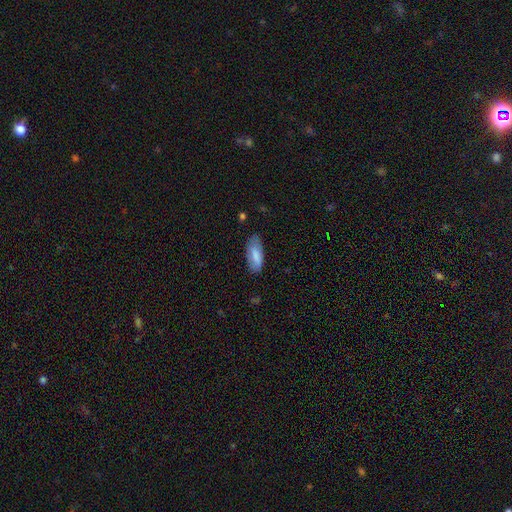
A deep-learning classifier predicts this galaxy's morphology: Smooth or featured? smooth (80%)
How rounded? in between (79%)
Merging? none (71%)